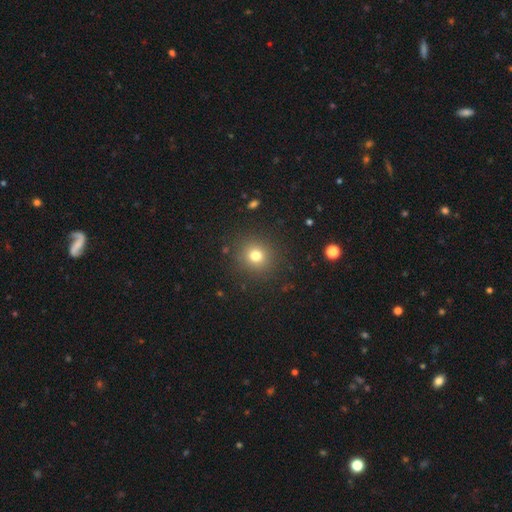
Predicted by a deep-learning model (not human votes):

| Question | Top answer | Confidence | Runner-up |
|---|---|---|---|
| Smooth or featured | smooth | 77% | star or artifact (15%) |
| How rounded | round | 86% | in between (13%) |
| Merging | none | 89% | minor disturbance (7%) |